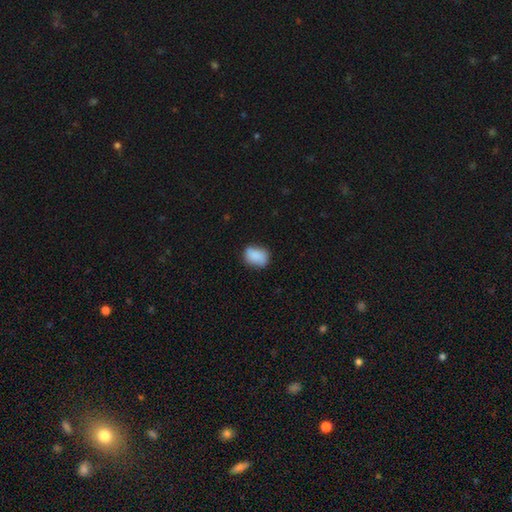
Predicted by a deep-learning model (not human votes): Overall: smooth (84%). How rounded: in between (66%; round 33%). Merging: none (70%).